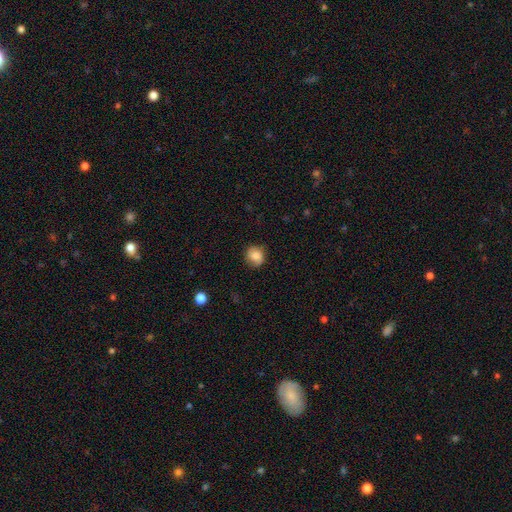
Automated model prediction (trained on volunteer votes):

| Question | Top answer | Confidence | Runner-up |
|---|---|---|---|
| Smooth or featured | smooth | 80% | featured or disk (11%) |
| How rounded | round | 82% | in between (17%) |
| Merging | none | 80% | minor disturbance (15%) |